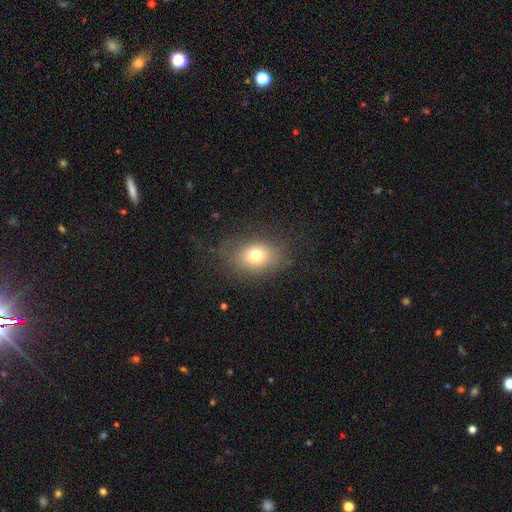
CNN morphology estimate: This is likely a smooth galaxy (73%). How rounded: likely in between (63%). Merging: likely none (75%).